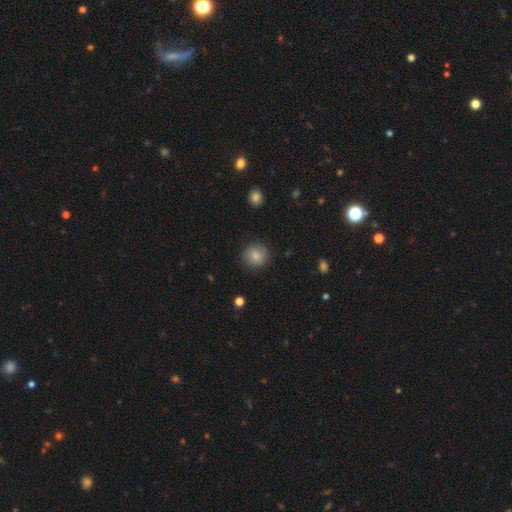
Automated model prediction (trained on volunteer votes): Overall: smooth (84%). How rounded: round (91%). Merging: none (87%).